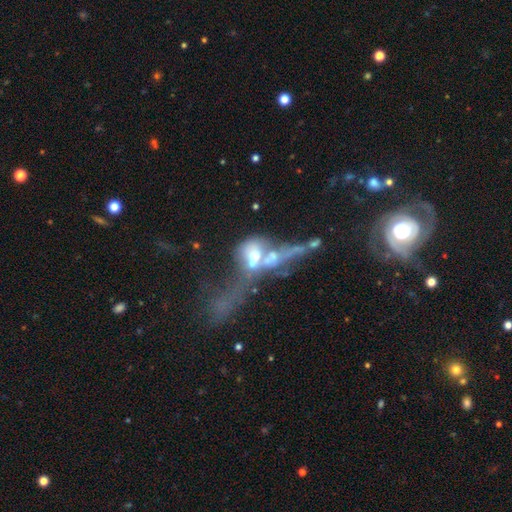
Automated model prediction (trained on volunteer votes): Smooth or featured? Predicted: featured or disk (p=0.53). Edge-on disk? Predicted: no (p=0.82). Merging? Predicted: merger (p=0.64).